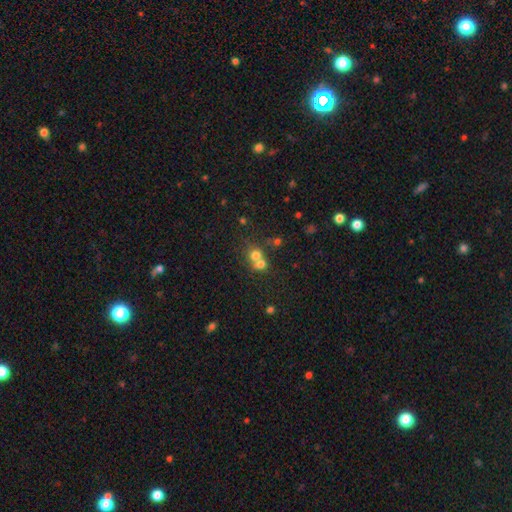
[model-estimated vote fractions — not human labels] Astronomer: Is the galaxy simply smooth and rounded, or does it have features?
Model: smooth — 69%.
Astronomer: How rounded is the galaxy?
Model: round — 80%.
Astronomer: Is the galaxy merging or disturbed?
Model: merger — 58% (runner-up: none, 34%).